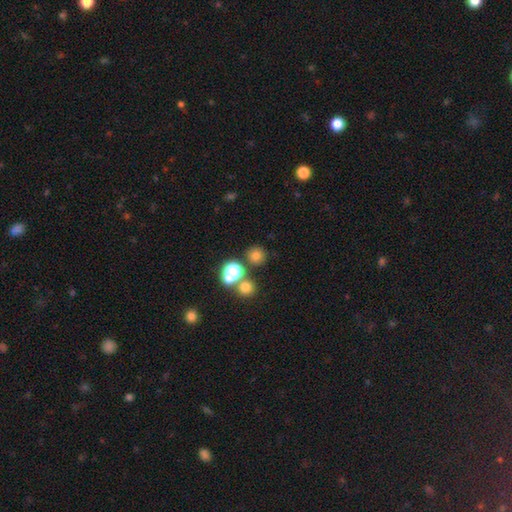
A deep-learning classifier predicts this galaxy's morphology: Q: Smooth or featured?
A: smooth (72%); runner-up: star or artifact (21%)
Q: How rounded?
A: round (92%); runner-up: in between (7%)
Q: Merging?
A: none (78%); runner-up: merger (12%)